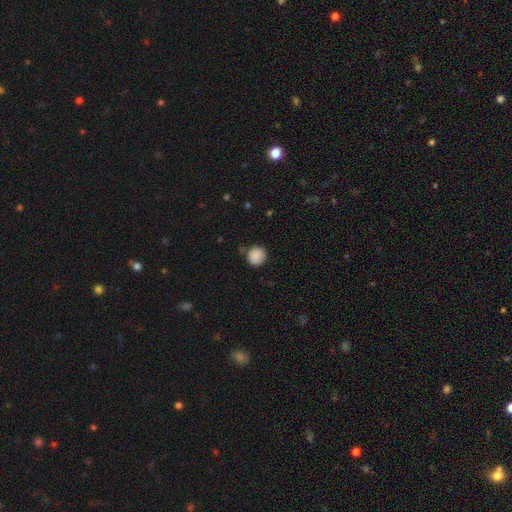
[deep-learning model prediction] This is clearly a smooth galaxy (88%). How rounded: clearly round (90%). Merging: likely none (78%).